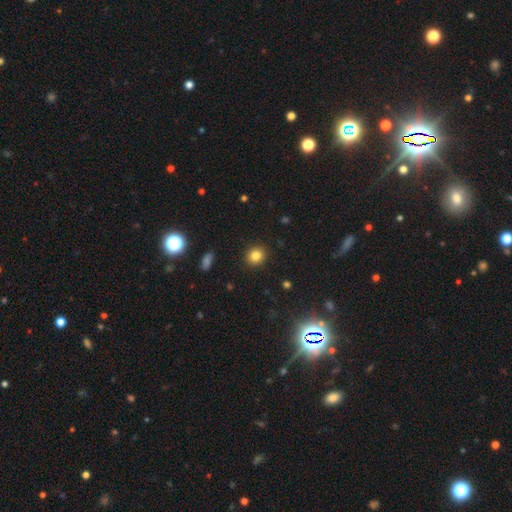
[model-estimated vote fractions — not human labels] This appears to be a smooth galaxy with no disk features (82%) that is round (79%). Merging: none (90%).